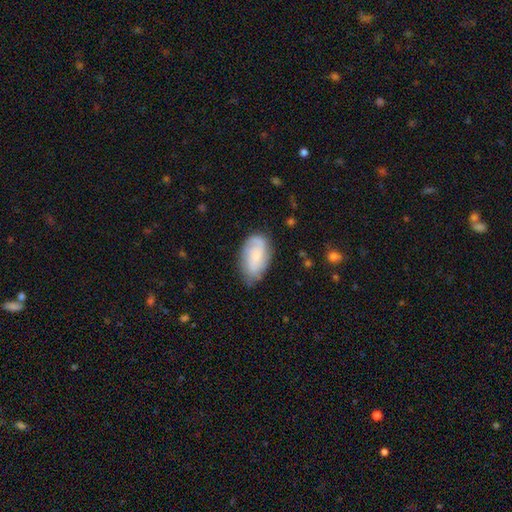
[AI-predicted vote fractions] smooth-or-featured: smooth: 52% | featured or disk: 41% | star or artifact: 7%
  how-rounded: in between: 92% | round: 5% | cigar-shaped: 3%
  merging: none: 67% | minor disturbance: 24% | major disturbance: 7% | merger: 2%